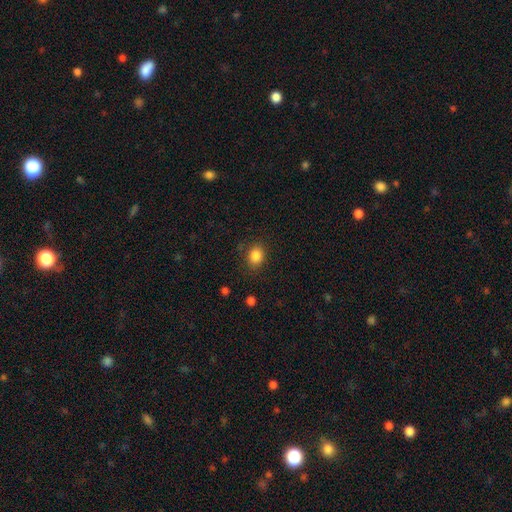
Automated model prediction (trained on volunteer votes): This is clearly a smooth galaxy (85%). How rounded: possibly round (53%). Merging: clearly none (83%).